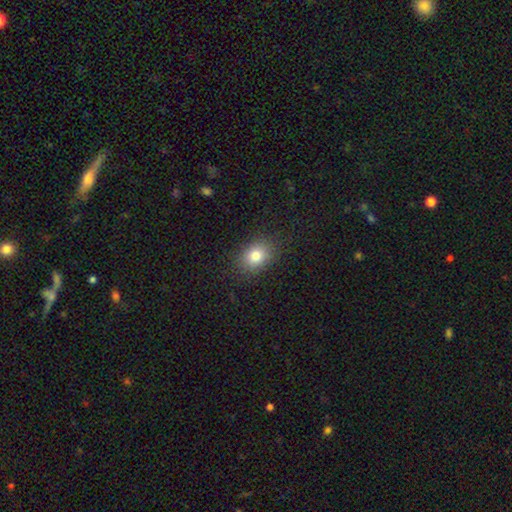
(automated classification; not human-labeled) A smooth galaxy with no disk features (80%) that is in between round and cigar-shaped (59%). Merging: none (86%).